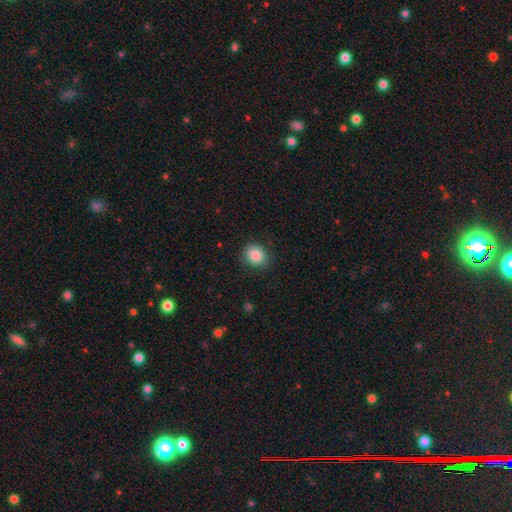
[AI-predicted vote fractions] The model was most divided on "how rounded": round: 72%, in between: 28%, cigar-shaped: 1%. More confident: smooth or featured — smooth (86%); merging — none (85%).